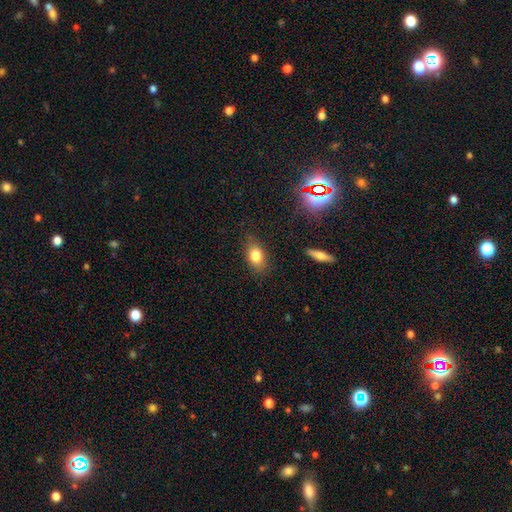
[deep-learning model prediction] smooth 79%, featured or disk 11%, star or artifact 9%. Down the decision tree: how rounded — in between (82%); merging — none (80%).